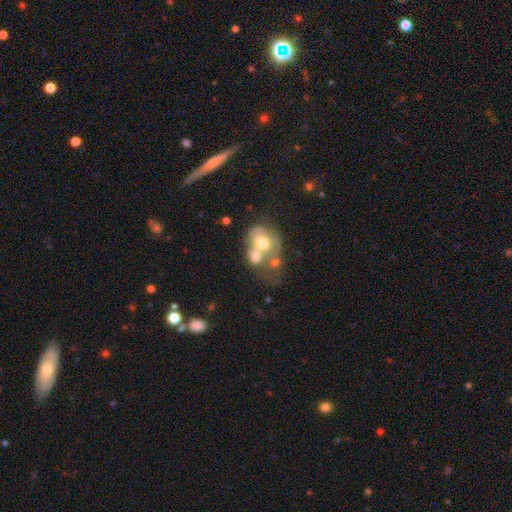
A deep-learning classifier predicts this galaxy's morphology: This appears to be a smooth galaxy with no disk features (54%) that is in between round and cigar-shaped (59%). Merging: merger (67%).